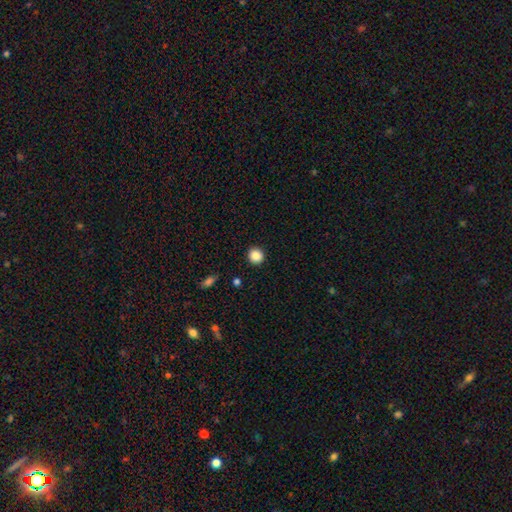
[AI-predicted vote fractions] Smooth or featured: smooth — 88% (star or artifact — 9%)
How rounded: round — 91% (in between — 8%)
Merging: none — 92% (minor disturbance — 5%)